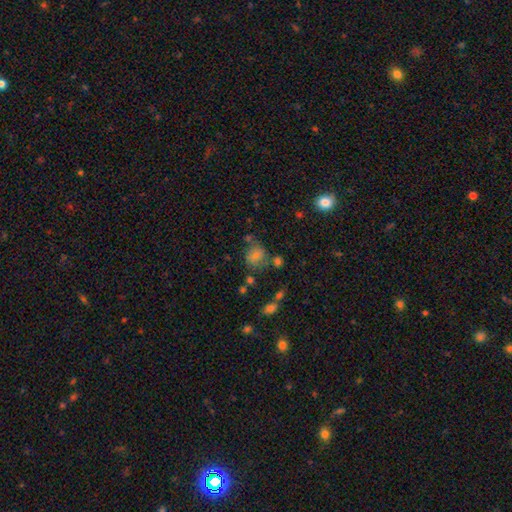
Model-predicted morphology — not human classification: Smooth or featured?
  - smooth: 72% *
  - featured or disk: 15%
  - star or artifact: 13%
How rounded?
  - round: 59% *
  - in between: 40%
  - cigar-shaped: 1%
Merging?
  - none: 56% *
  - minor disturbance: 21%
  - merger: 13%
  - major disturbance: 10%